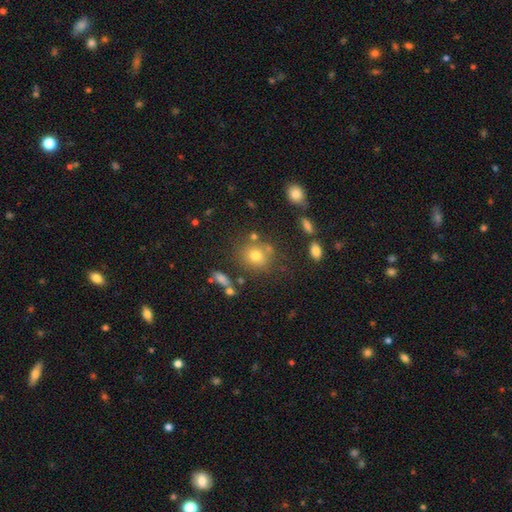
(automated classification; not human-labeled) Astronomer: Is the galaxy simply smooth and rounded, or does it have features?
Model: smooth — 72%.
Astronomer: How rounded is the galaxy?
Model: round — 76%.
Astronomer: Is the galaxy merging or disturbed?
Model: none — 72%.